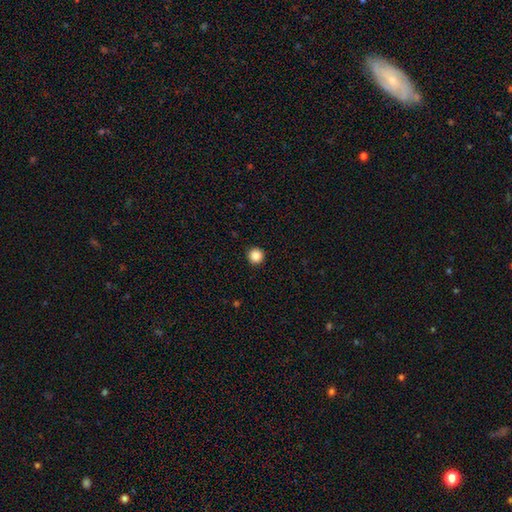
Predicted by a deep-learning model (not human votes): Smooth or featured? Predicted: smooth (p=0.86). How rounded? Predicted: round (p=0.97). Merging? Predicted: none (p=0.94).